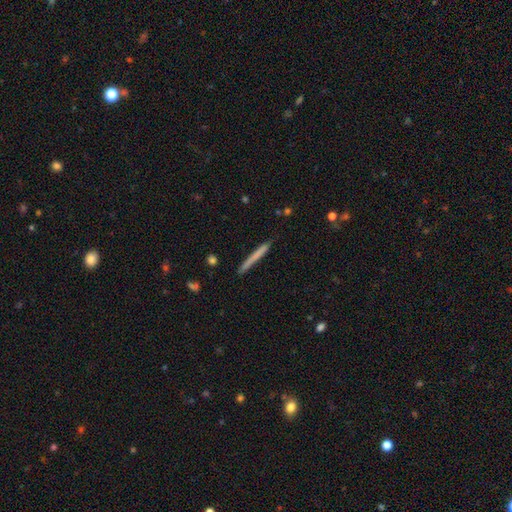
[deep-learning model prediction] Q: Smooth or featured?
A: smooth (66%); runner-up: featured or disk (28%)
Q: How rounded?
A: cigar-shaped (97%); runner-up: in between (2%)
Q: Merging?
A: none (89%); runner-up: minor disturbance (8%)